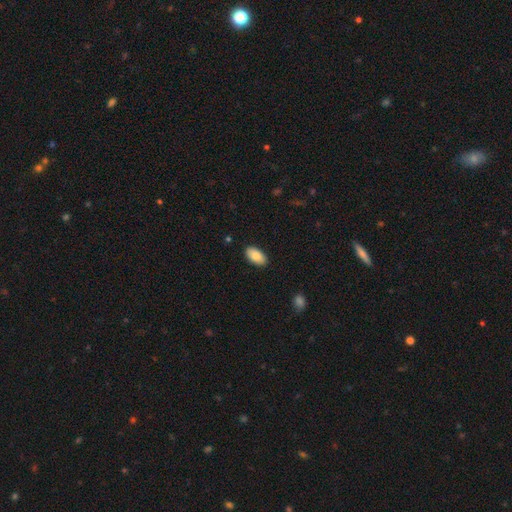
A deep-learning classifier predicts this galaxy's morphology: smooth_or_featured: smooth (p=0.86) [alt: featured or disk p=0.08]
how_rounded: in between (p=0.95) [alt: round p=0.03]
merging: none (p=0.88) [alt: minor disturbance p=0.09]